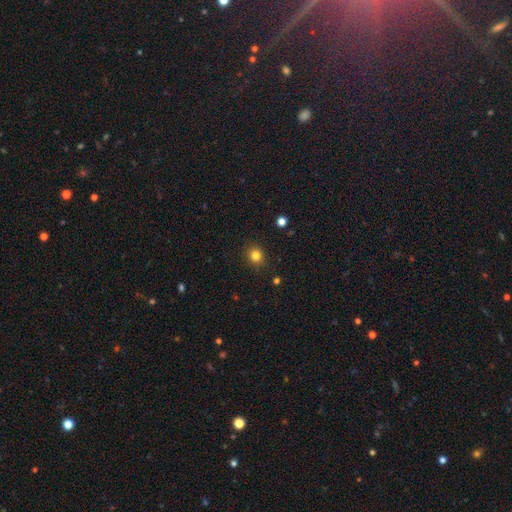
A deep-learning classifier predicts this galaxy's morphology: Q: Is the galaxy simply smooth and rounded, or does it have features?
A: smooth — 82%.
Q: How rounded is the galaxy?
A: round — 83%.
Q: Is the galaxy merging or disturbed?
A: none — 90%.